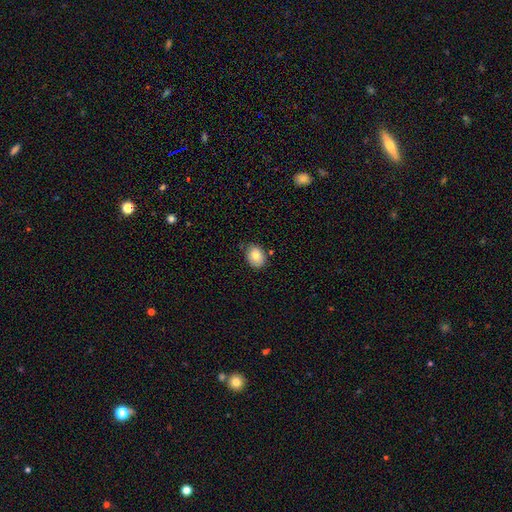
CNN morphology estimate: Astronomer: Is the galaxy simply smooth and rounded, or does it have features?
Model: smooth — 80%.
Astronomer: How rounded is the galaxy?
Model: in between — 60% (runner-up: round, 39%).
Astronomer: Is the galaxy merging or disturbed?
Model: none — 77%.